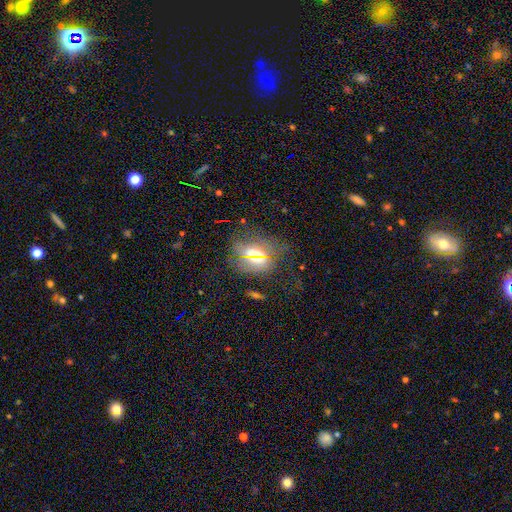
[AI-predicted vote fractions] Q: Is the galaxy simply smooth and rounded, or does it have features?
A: smooth — 49%.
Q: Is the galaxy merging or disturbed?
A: none — 68%.